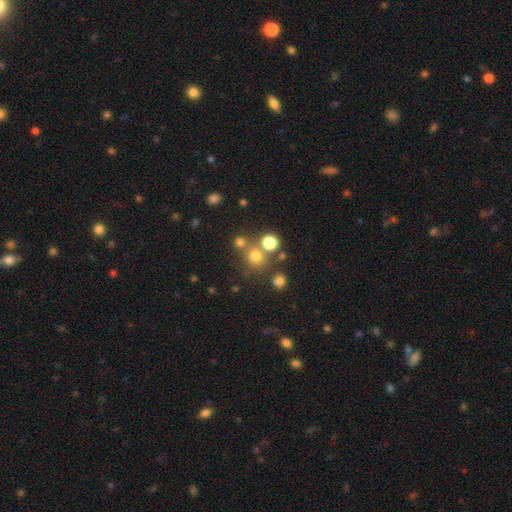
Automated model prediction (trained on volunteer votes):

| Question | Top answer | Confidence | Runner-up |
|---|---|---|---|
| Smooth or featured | smooth | 70% | star or artifact (21%) |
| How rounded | round | 87% | in between (12%) |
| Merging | none | 66% | merger (21%) |